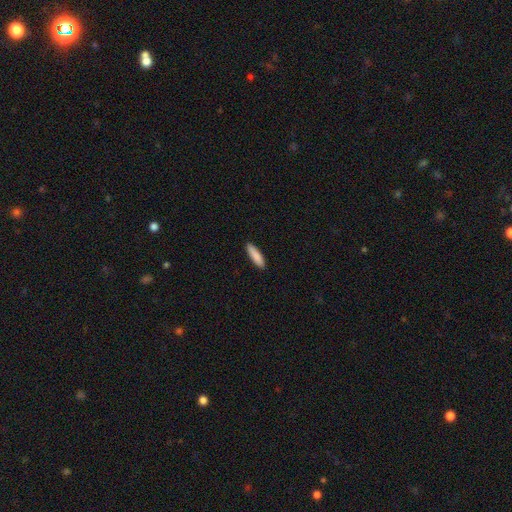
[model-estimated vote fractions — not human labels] smooth_or_featured: smooth (p=0.88) [alt: featured or disk p=0.07]
how_rounded: cigar-shaped (p=0.73) [alt: in between p=0.26]
merging: none (p=0.91) [alt: minor disturbance p=0.07]